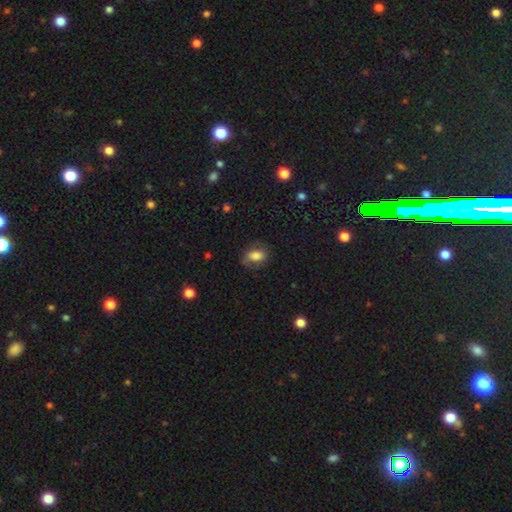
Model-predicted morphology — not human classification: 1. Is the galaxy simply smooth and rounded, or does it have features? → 77% smooth, 15% featured or disk, 9% star or artifact.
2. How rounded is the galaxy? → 85% in between, 13% round, 3% cigar-shaped.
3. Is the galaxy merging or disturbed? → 69% none, 21% minor disturbance, 8% major disturbance, 1% merger.